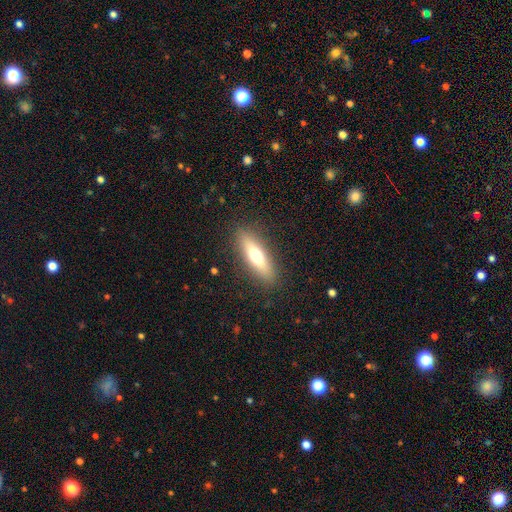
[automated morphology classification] smooth-or-featured: smooth: 58% | featured or disk: 35% | star or artifact: 7%
  how-rounded: cigar-shaped: 64% | in between: 34% | round: 2%
  merging: none: 88% | minor disturbance: 8% | major disturbance: 2% | merger: 1%